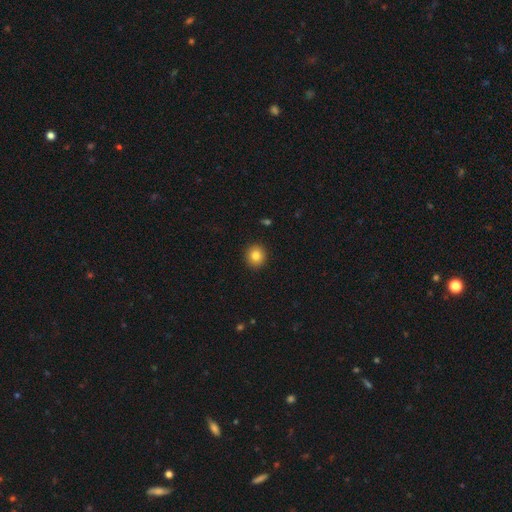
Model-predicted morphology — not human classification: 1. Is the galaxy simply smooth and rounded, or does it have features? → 83% smooth, 10% star or artifact, 7% featured or disk.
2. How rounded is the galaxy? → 89% round, 11% in between, 1% cigar-shaped.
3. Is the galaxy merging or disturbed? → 92% none, 5% minor disturbance, 2% major disturbance, 1% merger.